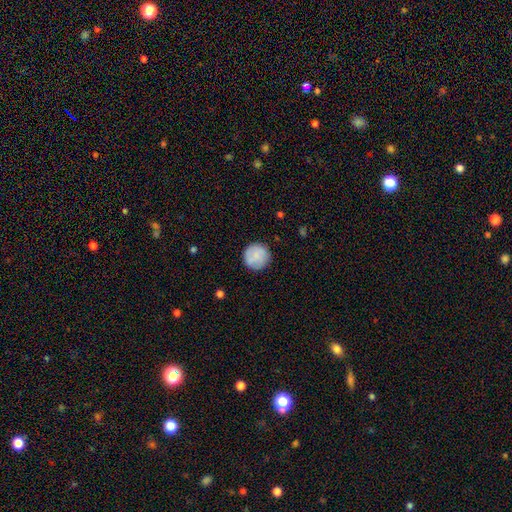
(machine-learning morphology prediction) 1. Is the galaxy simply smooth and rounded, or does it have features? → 80% smooth, 14% featured or disk, 6% star or artifact.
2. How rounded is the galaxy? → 95% round, 4% in between, 1% cigar-shaped.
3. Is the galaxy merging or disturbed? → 86% none, 10% minor disturbance, 3% major disturbance, 1% merger.